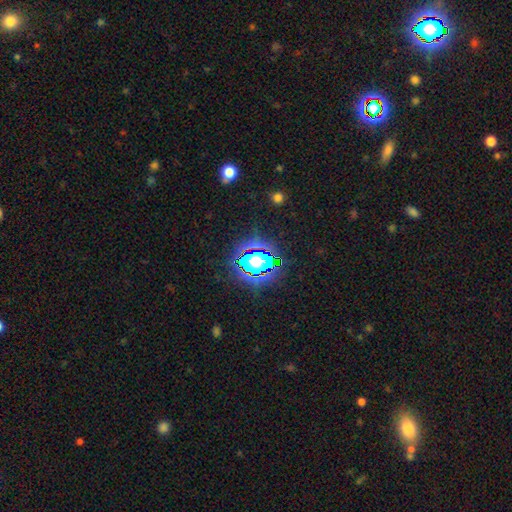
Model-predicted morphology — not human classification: smooth_or_featured: star or artifact (p=0.76) [alt: smooth p=0.15]